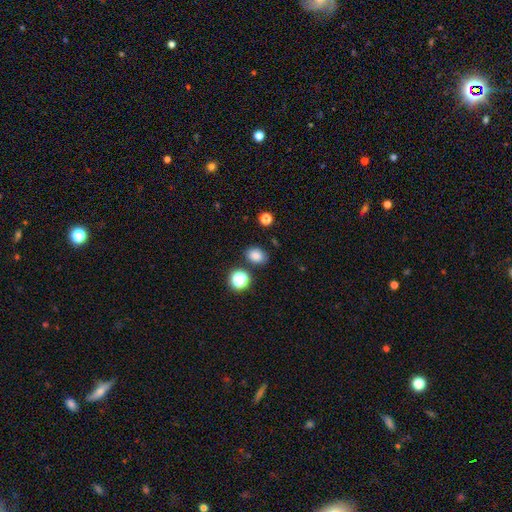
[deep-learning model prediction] Smooth or featured?
  - smooth: 82% *
  - star or artifact: 13%
  - featured or disk: 5%
How rounded?
  - in between: 66% *
  - round: 33%
  - cigar-shaped: 1%
Merging?
  - none: 80% *
  - minor disturbance: 12%
  - merger: 4%
  - major disturbance: 3%